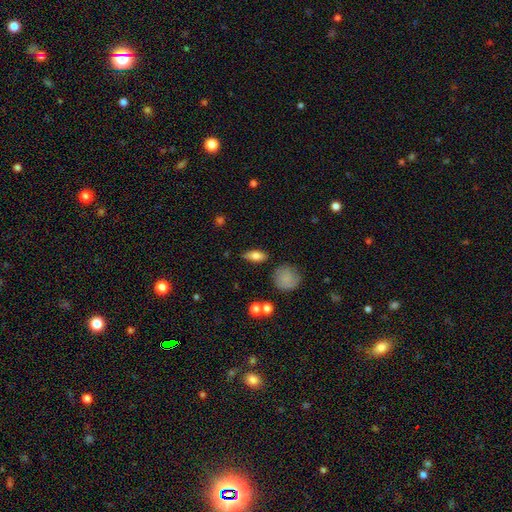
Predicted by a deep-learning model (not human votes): Smooth or featured: smooth — 71% (featured or disk — 20%)
How rounded: in between — 77% (cigar-shaped — 17%)
Merging: none — 79% (minor disturbance — 14%)